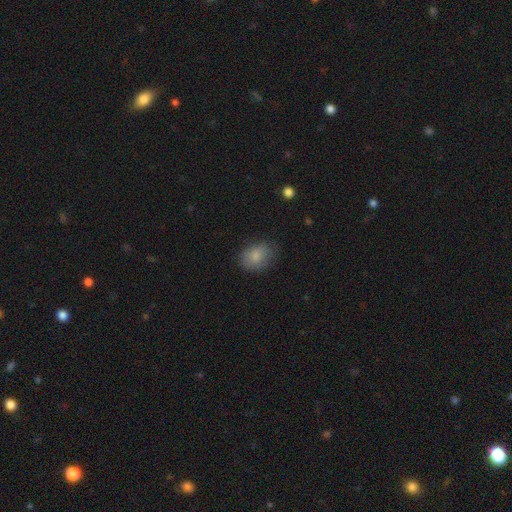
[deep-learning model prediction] Morphology: type=smooth (84%); roundness=in between (70%); merging=none (72%).